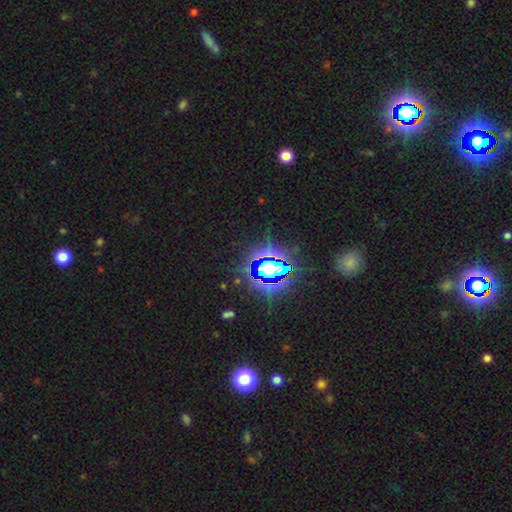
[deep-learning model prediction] A star or artifact, not a galaxy (78%).